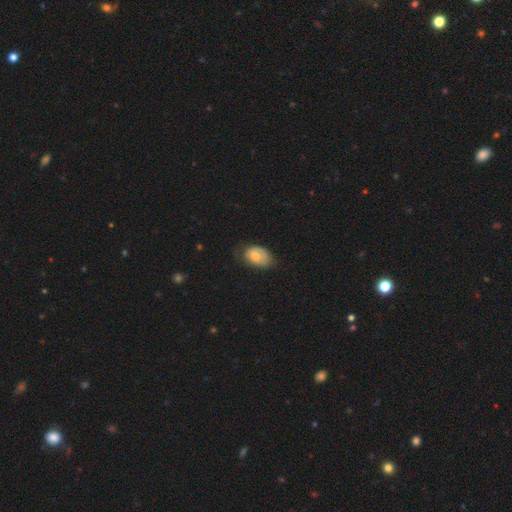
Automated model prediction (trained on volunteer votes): Smooth or featured: smooth — 69% (featured or disk — 24%)
How rounded: in between — 88% (round — 11%)
Merging: none — 49% (minor disturbance — 37%)